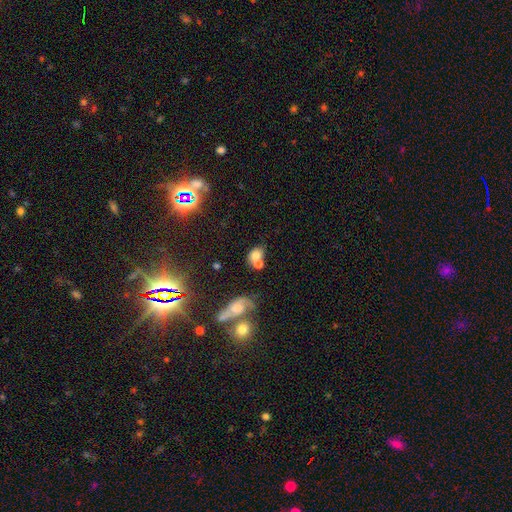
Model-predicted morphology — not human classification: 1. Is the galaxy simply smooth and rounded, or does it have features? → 69% smooth, 18% featured or disk, 13% star or artifact.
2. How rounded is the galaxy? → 62% in between, 37% round, 2% cigar-shaped.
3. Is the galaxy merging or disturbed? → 46% merger, 33% none, 13% minor disturbance, 8% major disturbance.